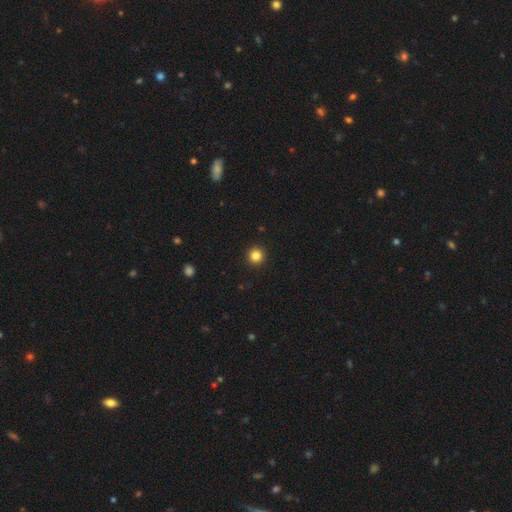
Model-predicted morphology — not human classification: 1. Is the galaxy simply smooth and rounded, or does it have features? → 84% smooth, 12% star or artifact, 4% featured or disk.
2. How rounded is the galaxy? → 96% round, 3% in between, 1% cigar-shaped.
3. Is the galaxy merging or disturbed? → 94% none, 4% minor disturbance, 1% major disturbance, 1% merger.